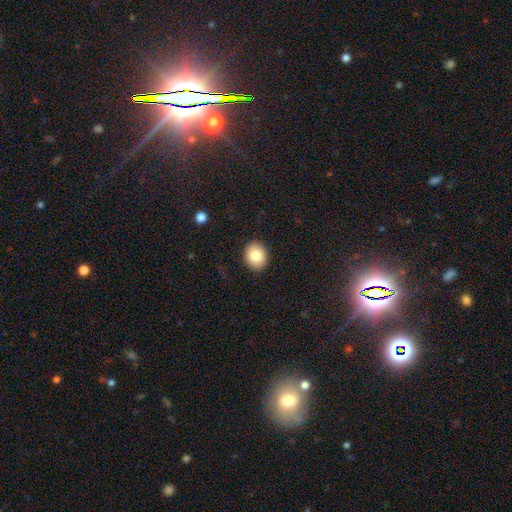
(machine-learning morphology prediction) Overall: smooth (83%). How rounded: round (60%; in between 39%). Merging: none (91%).